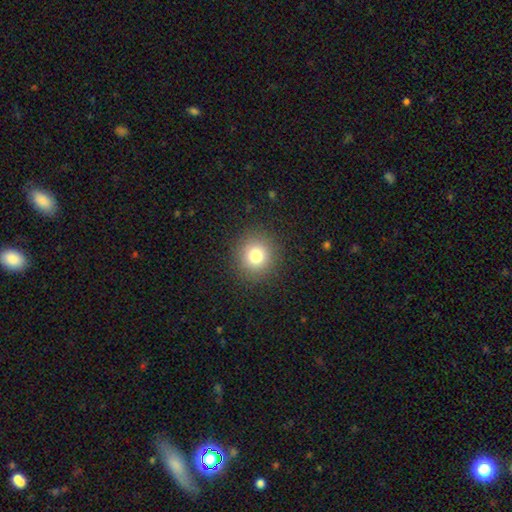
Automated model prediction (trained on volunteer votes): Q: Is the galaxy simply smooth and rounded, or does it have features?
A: smooth — 79%.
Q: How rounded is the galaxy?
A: round — 91%.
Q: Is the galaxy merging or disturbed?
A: none — 90%.